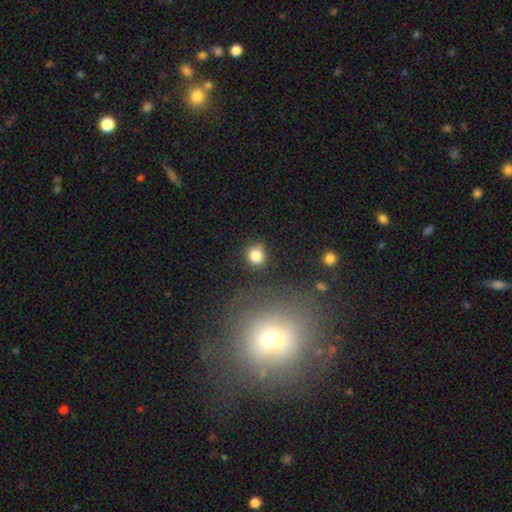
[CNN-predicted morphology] A smooth galaxy with no disk features (84%) that is round (82%). Merging: none (81%).